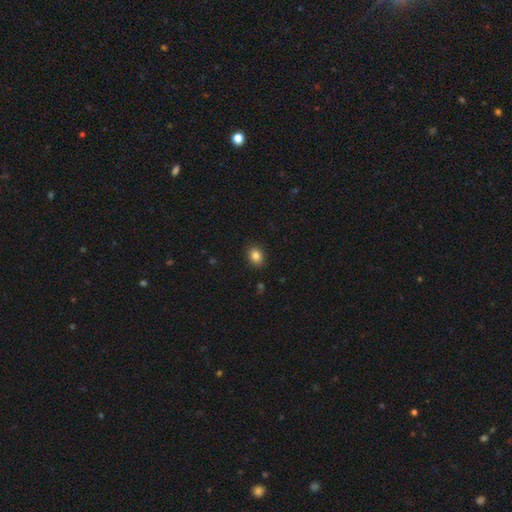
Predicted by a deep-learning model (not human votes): smooth-or-featured: smooth: 85% | star or artifact: 10% | featured or disk: 5%
  how-rounded: in between: 53% | round: 46% | cigar-shaped: 1%
  merging: none: 89% | minor disturbance: 8% | major disturbance: 2% | merger: 1%